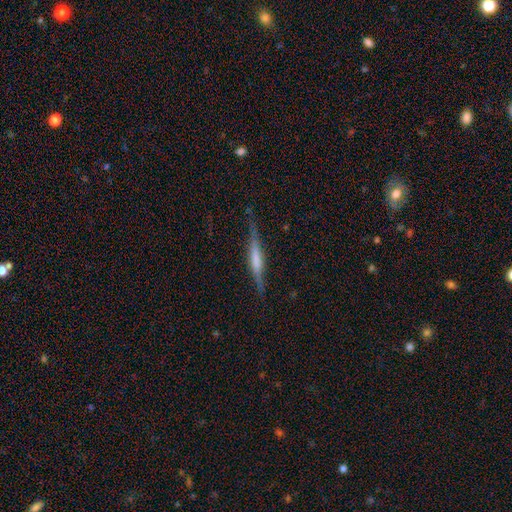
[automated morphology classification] featured or disk 68%, smooth 26%, star or artifact 6%. Down the decision tree: edge-on disk — yes (96%); edge-on bulge — boxy (44%); merging — none (81%).